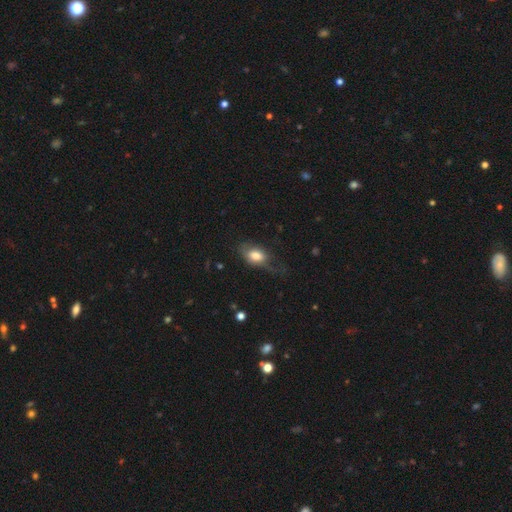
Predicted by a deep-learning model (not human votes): This is likely a smooth galaxy (75%). How rounded: clearly in between (87%). Merging: marginally none (41%).